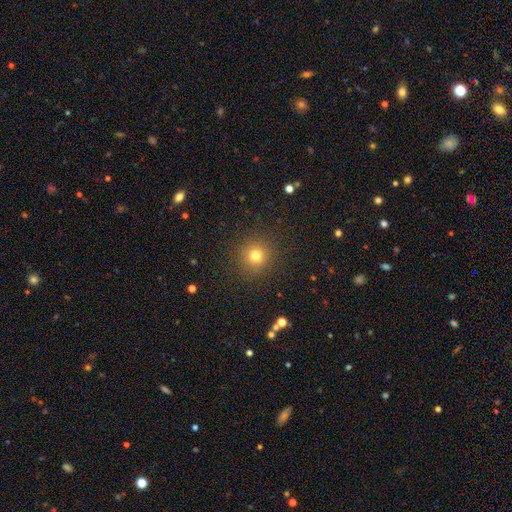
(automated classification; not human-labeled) Overall: smooth (75%). How rounded: round (94%). Merging: none (89%).